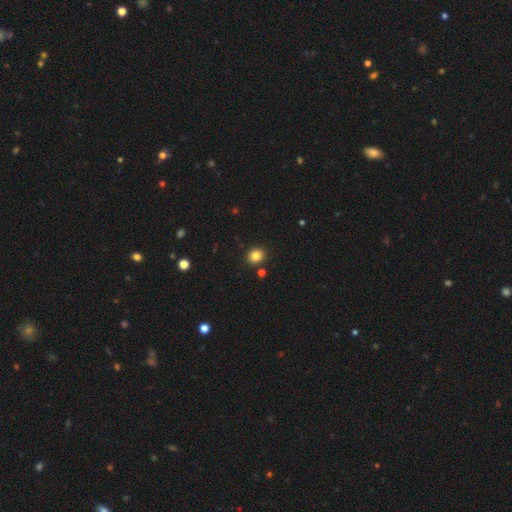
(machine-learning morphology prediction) type=smooth (84%); roundness=round (72%); merging=none (87%).